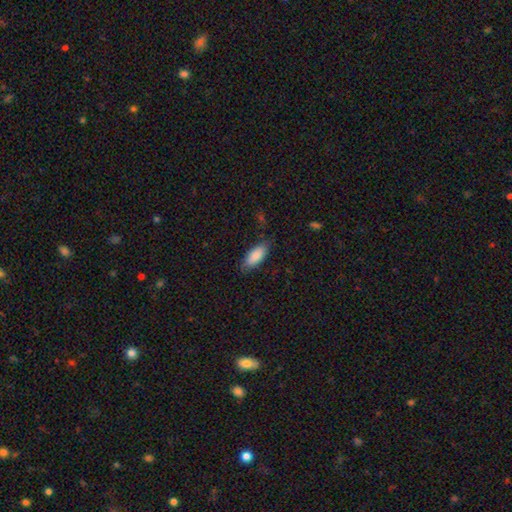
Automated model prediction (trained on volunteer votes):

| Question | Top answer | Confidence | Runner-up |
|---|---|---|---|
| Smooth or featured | smooth | 87% | featured or disk (7%) |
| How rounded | in between | 82% | cigar-shaped (16%) |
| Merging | none | 77% | minor disturbance (17%) |